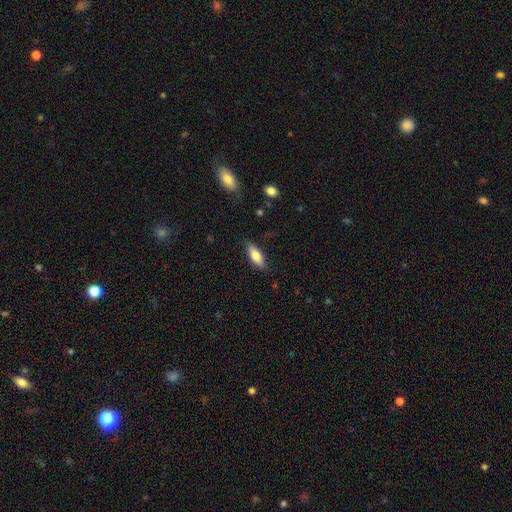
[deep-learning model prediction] This is likely a smooth galaxy (76%). How rounded: likely in between (69%). Merging: clearly none (82%).